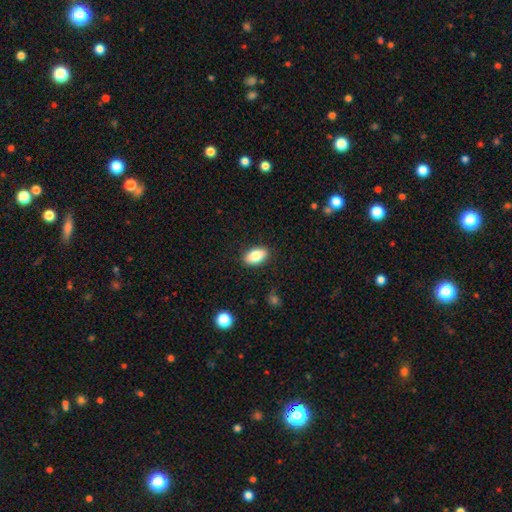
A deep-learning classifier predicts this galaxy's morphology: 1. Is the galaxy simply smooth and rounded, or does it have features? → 81% smooth, 11% featured or disk, 7% star or artifact.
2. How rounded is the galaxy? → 90% in between, 6% round, 4% cigar-shaped.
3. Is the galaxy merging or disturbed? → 89% none, 8% minor disturbance, 2% major disturbance, 1% merger.